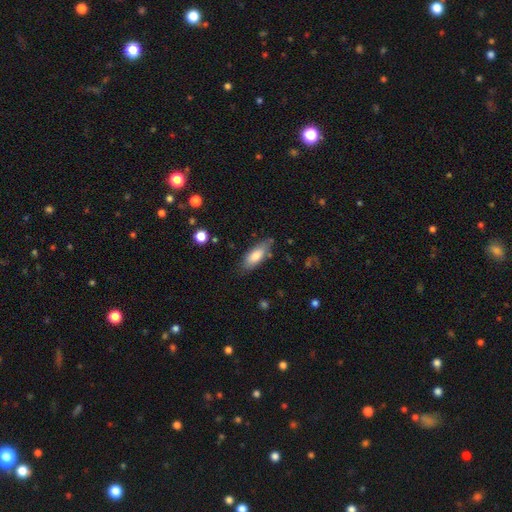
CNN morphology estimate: smooth_or_featured: smooth (p=0.77) [alt: featured or disk p=0.16]
how_rounded: in between (p=0.72) [alt: cigar-shaped p=0.26]
merging: none (p=0.73) [alt: minor disturbance p=0.19]